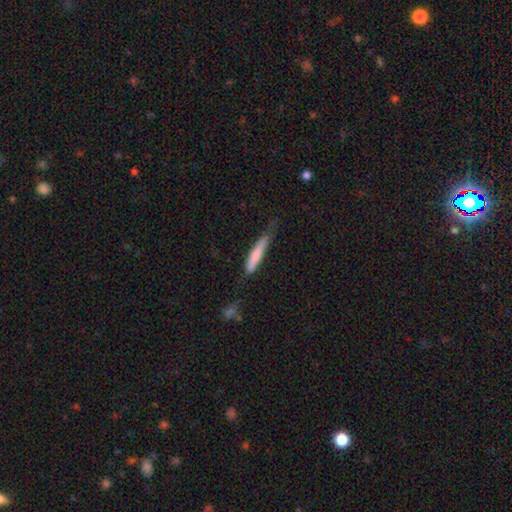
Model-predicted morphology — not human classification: Smooth or featured? Predicted: smooth (p=0.74). How rounded? Predicted: cigar-shaped (p=0.88). Merging? Predicted: none (p=0.50).